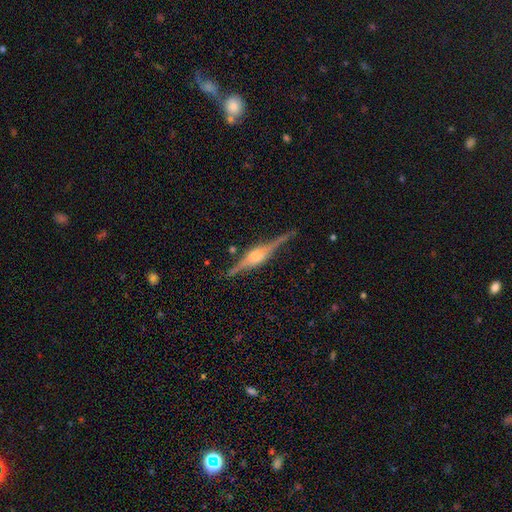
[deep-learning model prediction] featured or disk 87%, smooth 8%, star or artifact 6%. Down the decision tree: edge-on disk — yes (98%); edge-on bulge — rounded (79%); merging — none (87%).